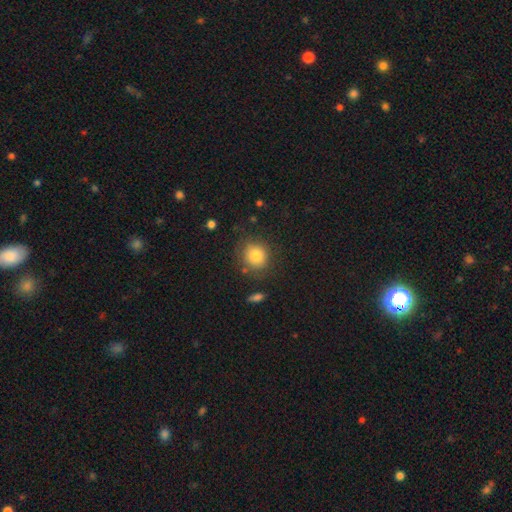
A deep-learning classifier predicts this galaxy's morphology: Smooth or featured? smooth (81%)
How rounded? round (87%)
Merging? none (79%)